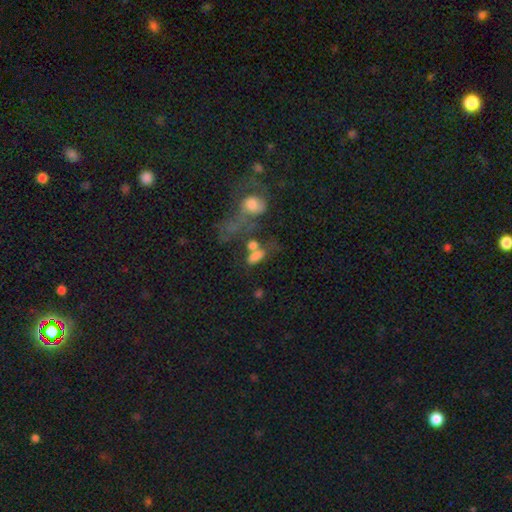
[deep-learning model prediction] Smooth or featured? smooth (74%)
How rounded? in between (80%)
Merging? merger (41%)